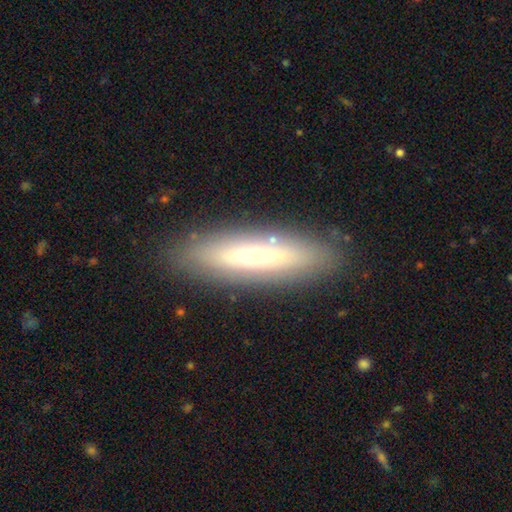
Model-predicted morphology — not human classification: This is possibly a smooth galaxy (53%). How rounded: likely cigar-shaped (74%). Merging: clearly none (85%).